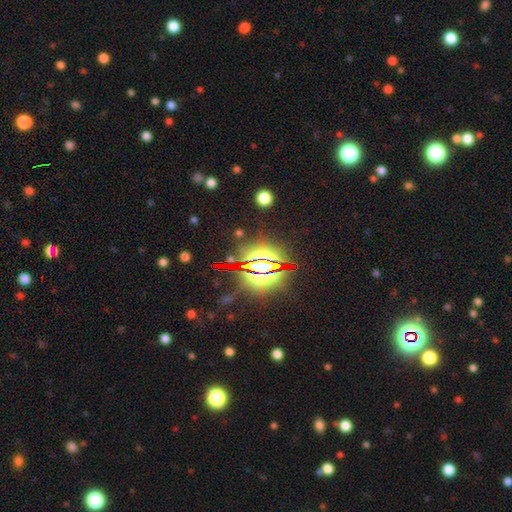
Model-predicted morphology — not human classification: This appears to be a star or artifact, not a galaxy (82%).